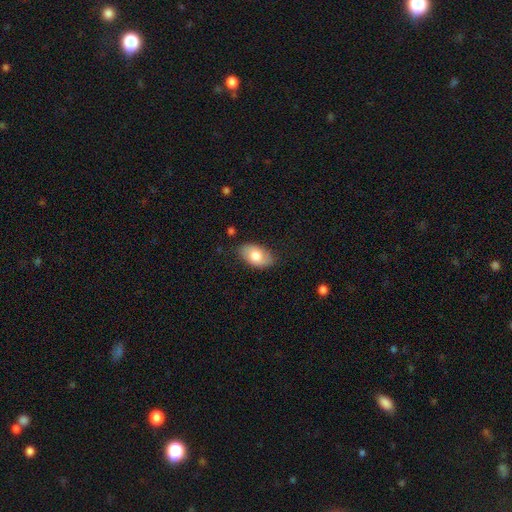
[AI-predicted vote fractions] Smooth or featured? smooth (76%)
How rounded? in between (94%)
Merging? none (81%)